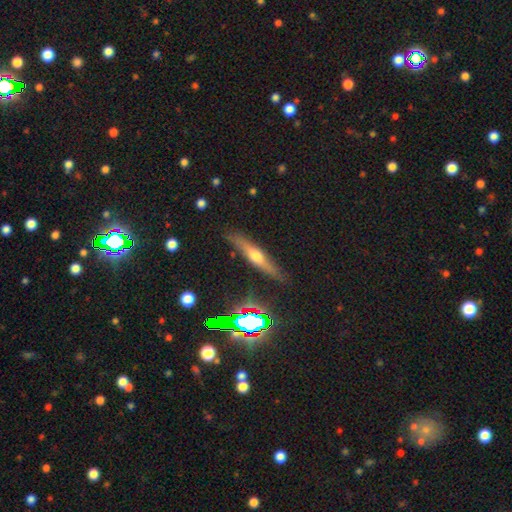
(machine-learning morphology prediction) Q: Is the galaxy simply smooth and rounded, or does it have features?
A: featured or disk — 56%.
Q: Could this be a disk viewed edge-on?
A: yes — 92%.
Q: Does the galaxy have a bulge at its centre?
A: rounded — 88%.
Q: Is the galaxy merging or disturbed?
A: none — 85%.